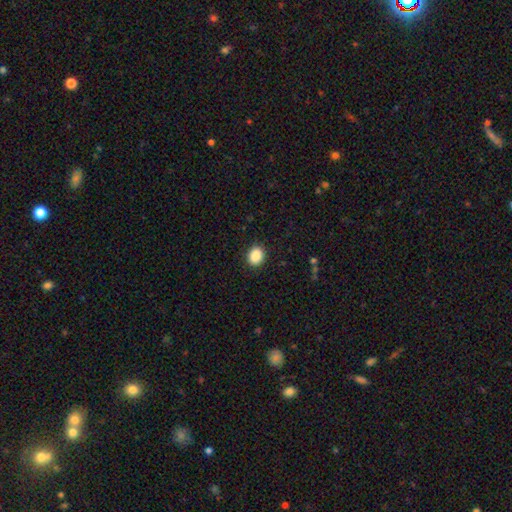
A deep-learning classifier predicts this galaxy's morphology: Smooth or featured? smooth (89%)
How rounded? round (55%)
Merging? none (89%)